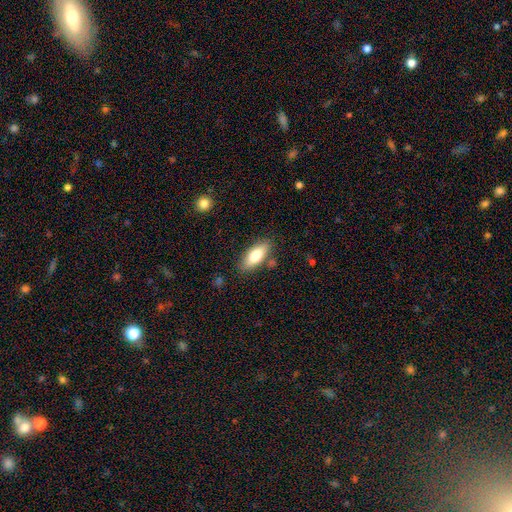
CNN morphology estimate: Smooth or featured: smooth — 76% (featured or disk — 17%)
How rounded: in between — 78% (cigar-shaped — 19%)
Merging: none — 80% (minor disturbance — 13%)